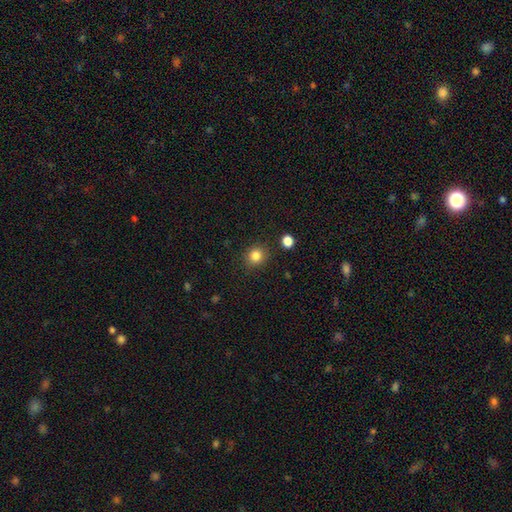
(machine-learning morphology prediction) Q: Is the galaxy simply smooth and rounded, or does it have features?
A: smooth — 83%.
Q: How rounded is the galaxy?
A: round — 84%.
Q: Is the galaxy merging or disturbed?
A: none — 88%.